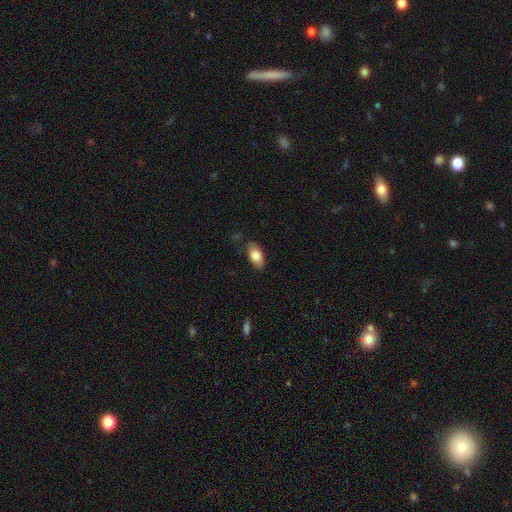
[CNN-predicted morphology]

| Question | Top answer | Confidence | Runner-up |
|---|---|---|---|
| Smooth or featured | smooth | 83% | featured or disk (10%) |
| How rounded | in between | 91% | round (4%) |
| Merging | none | 81% | minor disturbance (14%) |